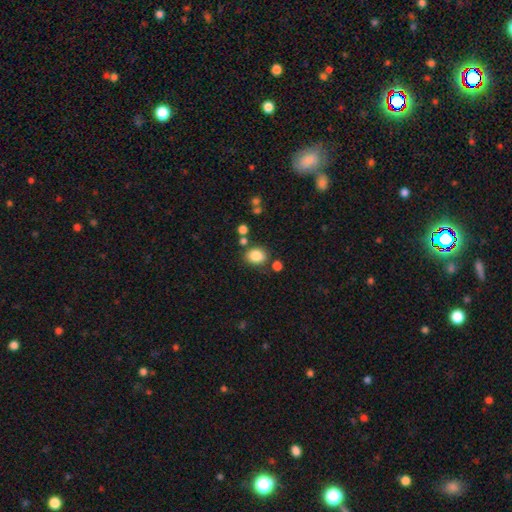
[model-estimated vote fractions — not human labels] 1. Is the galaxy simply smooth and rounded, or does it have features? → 83% smooth, 10% star or artifact, 6% featured or disk.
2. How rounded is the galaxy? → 50% round, 49% in between, 1% cigar-shaped.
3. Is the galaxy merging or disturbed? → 74% none, 13% minor disturbance, 8% merger, 4% major disturbance.